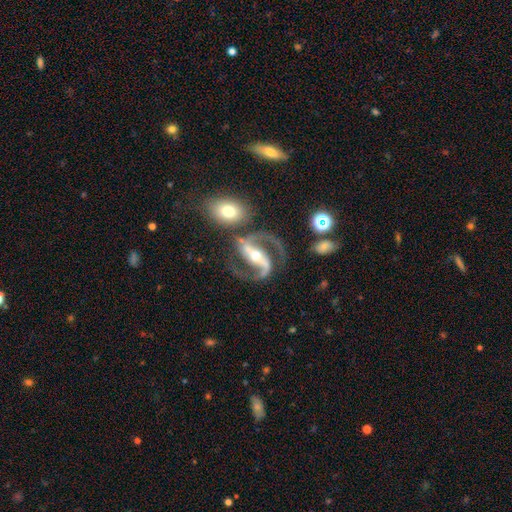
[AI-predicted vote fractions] A featured or disk galaxy (92%) with a strong bar (73%), 2 (94%) medium (63%) spiral arms (98%) and a moderate central bulge (57%).

Vote fractions:
- Smooth or featured? featured or disk: 92% / star or artifact: 5% / smooth: 3%
- Edge-on disk? no: 97% / yes: 3%
- Bar? strong: 73% / weak: 17% / no: 10%
- Spiral arms? yes: 98% / no: 2%
- Spiral winding? medium: 63% / loose: 21% / tight: 16%
- Spiral arm count? 2: 94% / can't tell: 1% / 1: 1% / 3: 1% / 4: 1% / more than 4: 1%
- Bulge size? moderate: 57% / small: 36% / large: 4% / none: 1% / dominant: 1%
- Merging? none: 73% / minor disturbance: 12% / major disturbance: 8% / merger: 7%